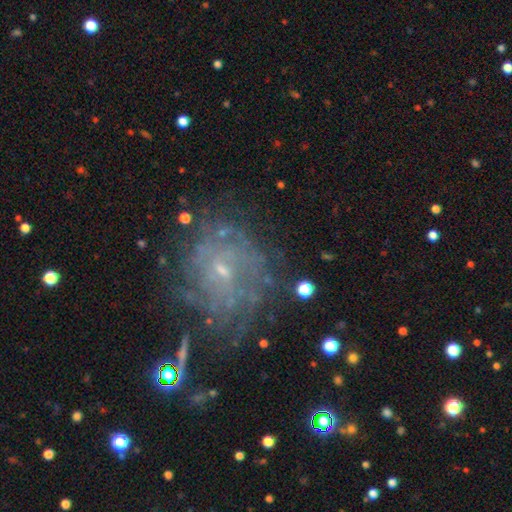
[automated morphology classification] Smooth or featured: featured or disk — 70% (star or artifact — 17%)
Edge-on disk: no — 97% (yes — 3%)
Bar: no — 65% (weak — 29%)
Spiral arms: yes — 85% (no — 15%)
Spiral winding: tight — 63% (medium — 27%)
Spiral arm count: can't tell — 52% (more than 4 — 14%)
Bulge size: small — 79% (moderate — 14%)
Merging: none — 67% (minor disturbance — 18%)